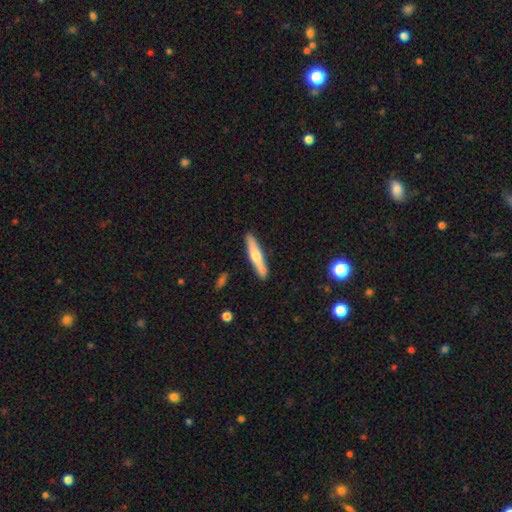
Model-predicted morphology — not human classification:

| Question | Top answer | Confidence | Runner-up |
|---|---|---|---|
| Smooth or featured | smooth | 51% | featured or disk (43%) |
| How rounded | cigar-shaped | 90% | in between (8%) |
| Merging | none | 86% | minor disturbance (9%) |